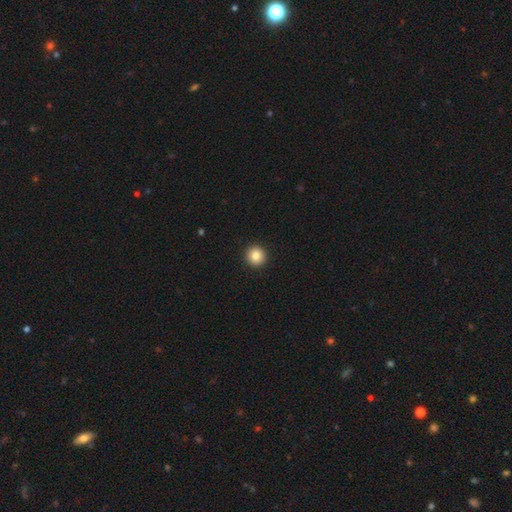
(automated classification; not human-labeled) Smooth or featured? Predicted: smooth (p=0.84). How rounded? Predicted: round (p=0.96). Merging? Predicted: none (p=0.94).